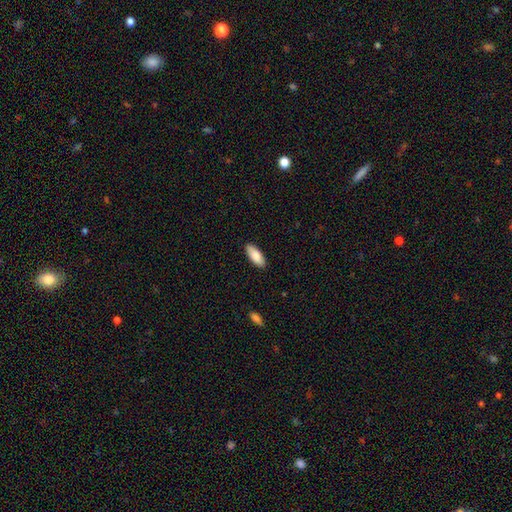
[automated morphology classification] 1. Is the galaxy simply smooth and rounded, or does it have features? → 86% smooth, 9% featured or disk, 6% star or artifact.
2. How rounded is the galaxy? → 79% in between, 19% cigar-shaped, 2% round.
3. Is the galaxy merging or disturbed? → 88% none, 9% minor disturbance, 2% major disturbance, 1% merger.